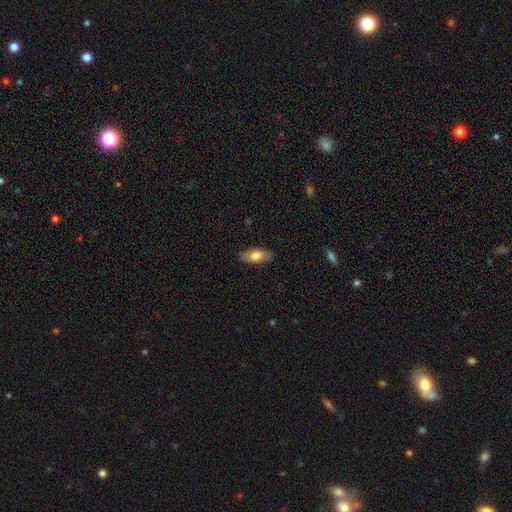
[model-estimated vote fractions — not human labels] Smooth or featured? Predicted: smooth (p=0.75). How rounded? Predicted: in between (p=0.85). Merging? Predicted: none (p=0.86).